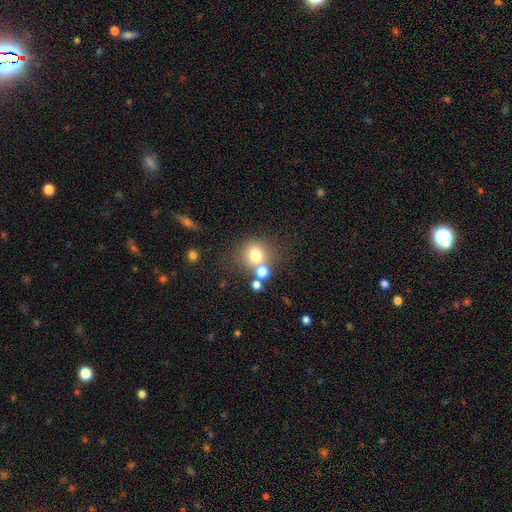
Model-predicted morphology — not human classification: Smooth or featured?
  - smooth: 74% *
  - star or artifact: 15%
  - featured or disk: 11%
How rounded?
  - round: 85% *
  - in between: 14%
  - cigar-shaped: 1%
Merging?
  - none: 62% *
  - merger: 22%
  - minor disturbance: 11%
  - major disturbance: 5%